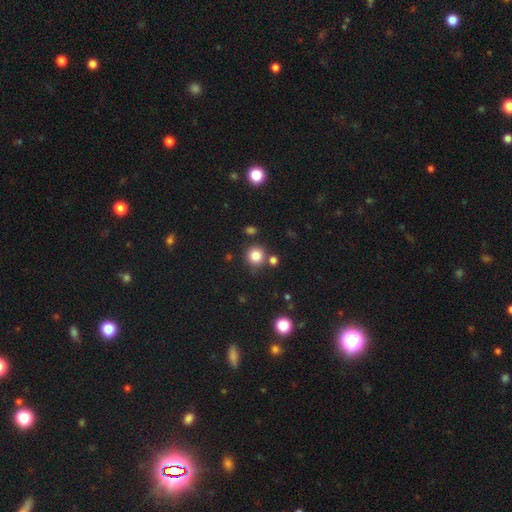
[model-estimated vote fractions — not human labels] Smooth or featured?
  - smooth: 83% *
  - star or artifact: 12%
  - featured or disk: 5%
How rounded?
  - round: 91% *
  - in between: 8%
  - cigar-shaped: 1%
Merging?
  - none: 79% *
  - minor disturbance: 9%
  - merger: 8%
  - major disturbance: 3%